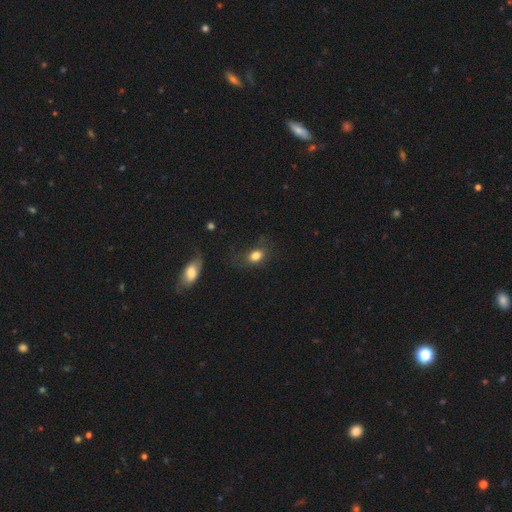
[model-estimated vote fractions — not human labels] Smooth or featured: smooth — 80% (star or artifact — 11%)
How rounded: in between — 62% (round — 35%)
Merging: none — 59% (minor disturbance — 22%)